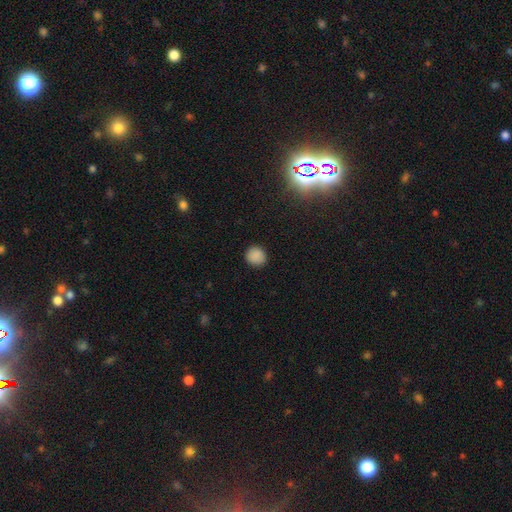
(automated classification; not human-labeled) Q: Smooth or featured?
A: smooth (88%); runner-up: star or artifact (9%)
Q: How rounded?
A: round (89%); runner-up: in between (10%)
Q: Merging?
A: none (90%); runner-up: minor disturbance (7%)